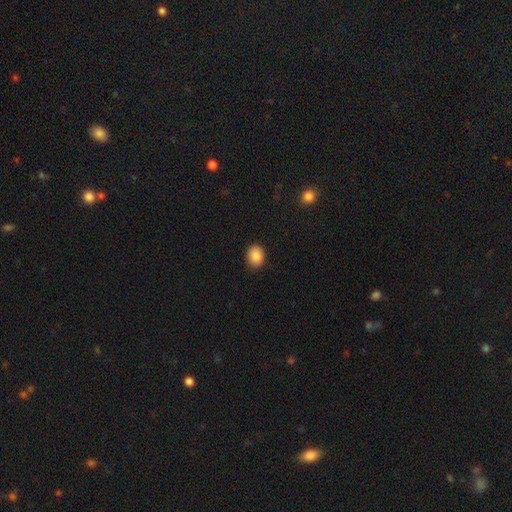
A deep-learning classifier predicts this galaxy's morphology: Smooth or featured? Predicted: smooth (p=0.87). How rounded? Predicted: in between (p=0.57). Merging? Predicted: none (p=0.89).